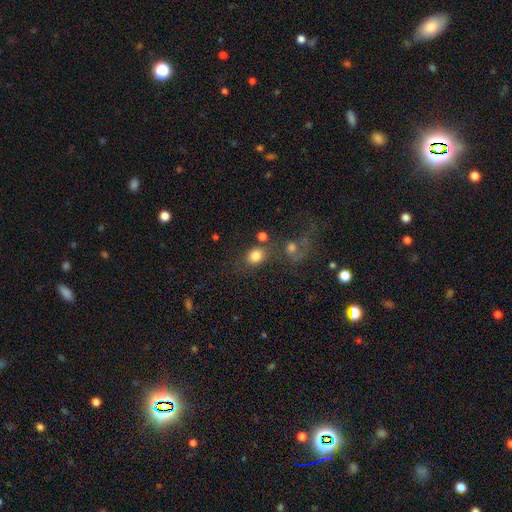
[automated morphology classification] Q: Smooth or featured?
A: smooth (80%); runner-up: star or artifact (12%)
Q: How rounded?
A: round (58%); runner-up: in between (41%)
Q: Merging?
A: none (57%); runner-up: merger (21%)